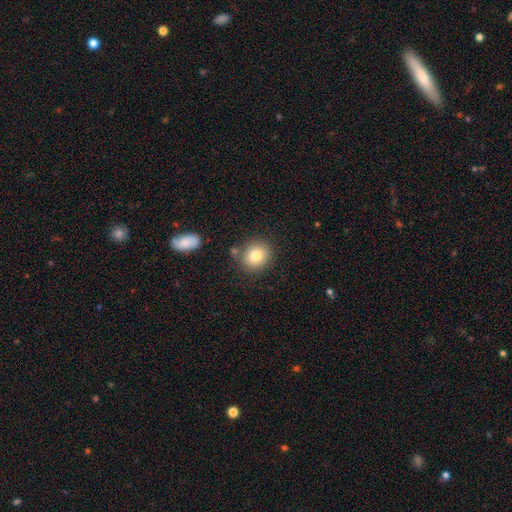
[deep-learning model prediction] Morphology: type=smooth (79%); roundness=round (79%); merging=none (79%).